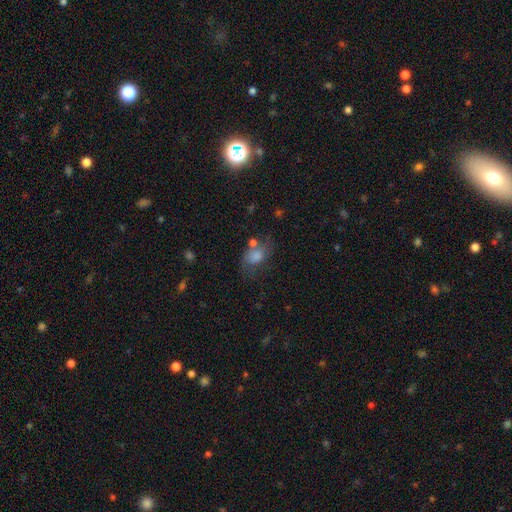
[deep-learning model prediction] Smooth or featured: smooth — 71% (featured or disk — 18%)
How rounded: in between — 76% (round — 22%)
Merging: none — 42% (minor disturbance — 26%)